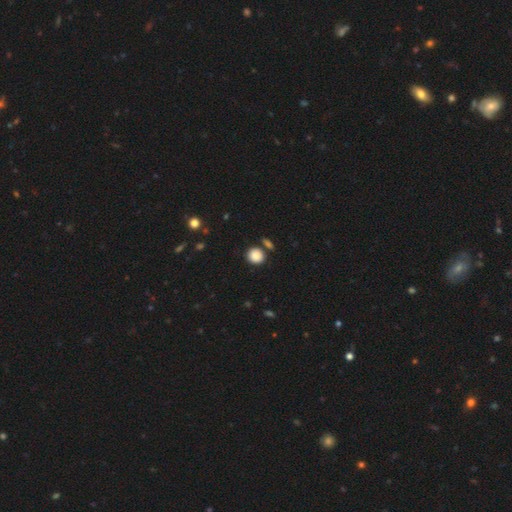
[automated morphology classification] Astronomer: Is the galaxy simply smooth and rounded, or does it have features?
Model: smooth — 87%.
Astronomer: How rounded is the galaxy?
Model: round — 83%.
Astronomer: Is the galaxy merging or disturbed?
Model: none — 80%.